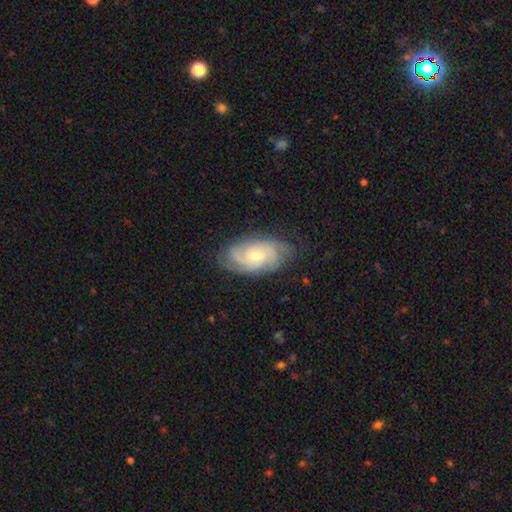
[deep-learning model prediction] Morphology: type=featured or disk (78%); edge-on=no (96%); bar=no (62%); spiral arms=yes (95%); winding=tight (59%); arm count=can't tell (29%); bulge=small (57%); merging=none (75%).